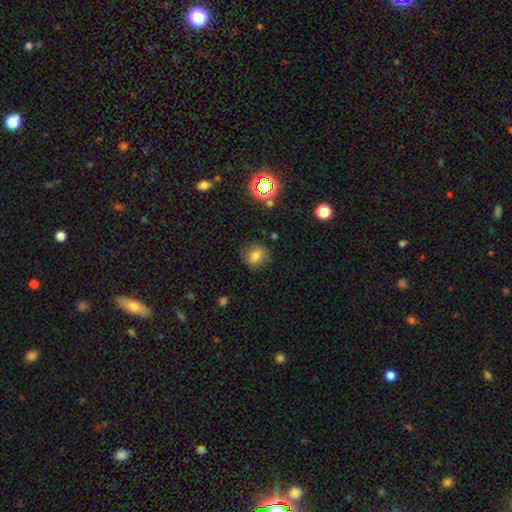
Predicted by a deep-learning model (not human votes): The model was most divided on "how rounded": round: 79%, in between: 20%, cigar-shaped: 1%. More confident: merging — none (82%); smooth or featured — smooth (78%).